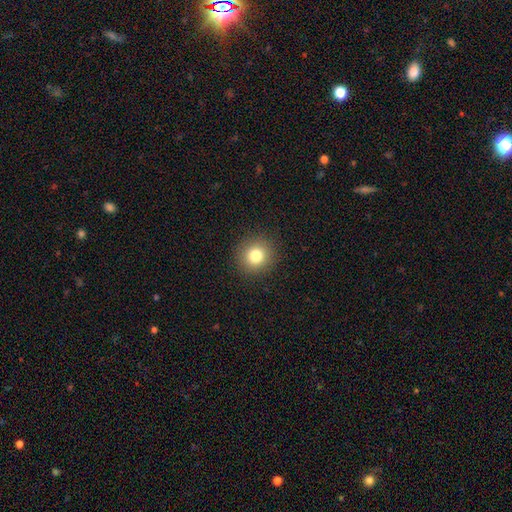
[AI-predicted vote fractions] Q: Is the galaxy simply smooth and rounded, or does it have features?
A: smooth — 80%.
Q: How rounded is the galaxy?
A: round — 92%.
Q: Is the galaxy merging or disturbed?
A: none — 91%.